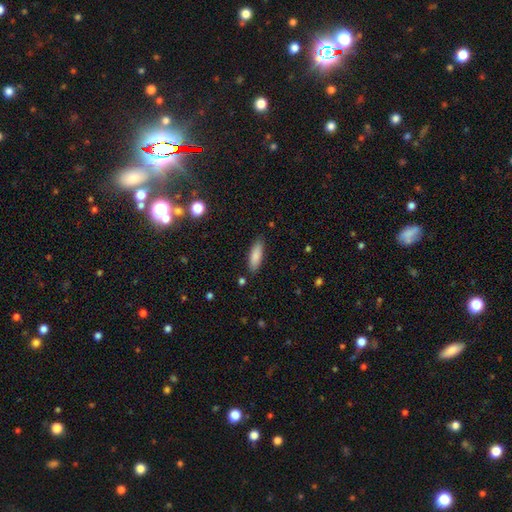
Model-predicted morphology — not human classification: A smooth galaxy with no disk features (85%) that is in between round and cigar-shaped (52%). Merging: none (85%).